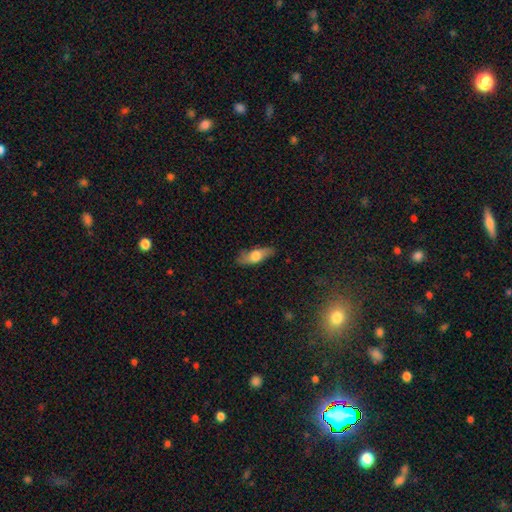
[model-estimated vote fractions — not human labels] A smooth galaxy with no disk features (63%) that is in between round and cigar-shaped (61%). Merging: none (79%).